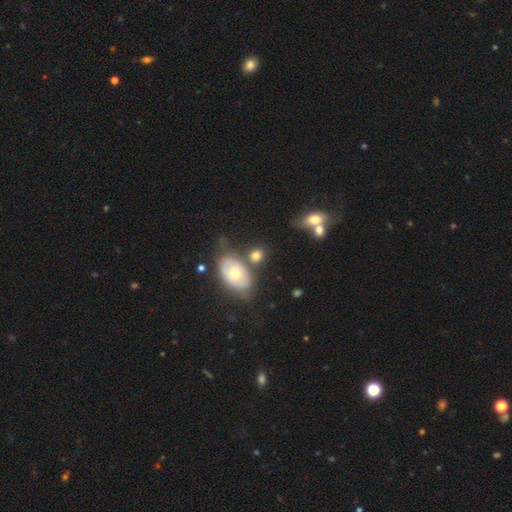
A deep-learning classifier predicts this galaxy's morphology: Smooth or featured?
  - smooth: 69% *
  - featured or disk: 23%
  - star or artifact: 8%
How rounded?
  - in between: 51% *
  - round: 47%
  - cigar-shaped: 2%
Merging?
  - none: 56% *
  - merger: 20%
  - minor disturbance: 16%
  - major disturbance: 7%